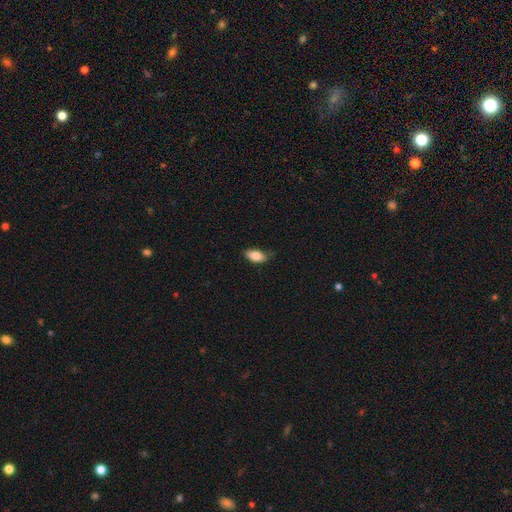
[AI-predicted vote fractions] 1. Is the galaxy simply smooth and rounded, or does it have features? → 84% smooth, 9% featured or disk, 7% star or artifact.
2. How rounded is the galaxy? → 91% in between, 5% cigar-shaped, 4% round.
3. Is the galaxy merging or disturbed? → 73% none, 22% minor disturbance, 3% major disturbance, 1% merger.